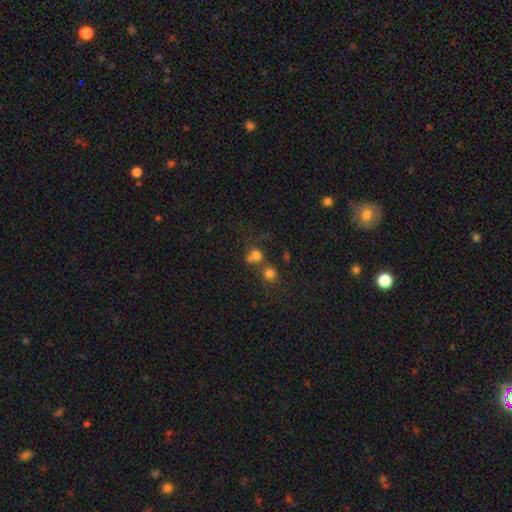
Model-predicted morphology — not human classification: Overall: smooth (71%). How rounded: round (79%). Merging: merger (42%; none 41%).